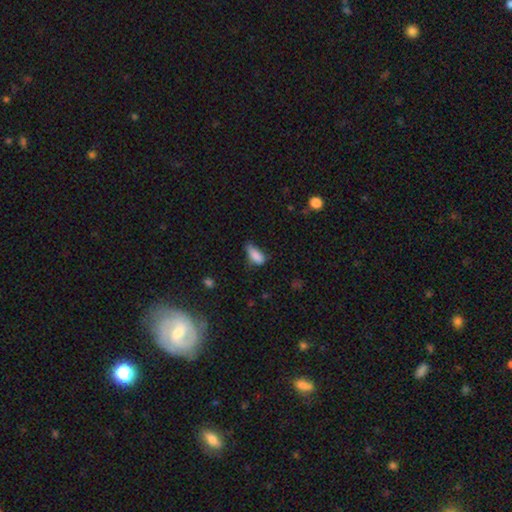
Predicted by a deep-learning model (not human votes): A smooth galaxy with no disk features (85%) that is in between round and cigar-shaped (80%).

Vote fractions:
- Smooth or featured? smooth: 85% / star or artifact: 8% / featured or disk: 7%
- How rounded? in between: 80% / cigar-shaped: 17% / round: 3%
- Merging? none: 44% / minor disturbance: 41% / major disturbance: 13% / merger: 3%